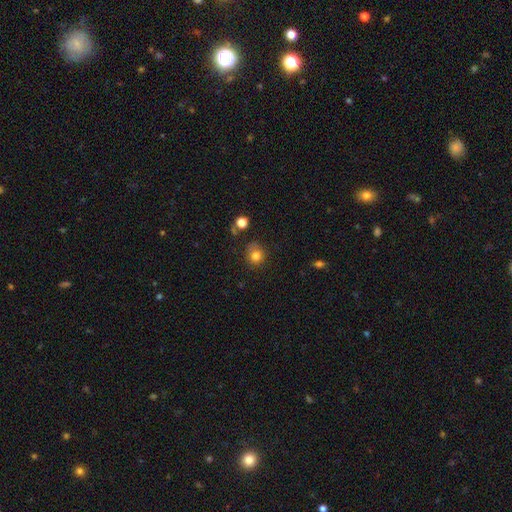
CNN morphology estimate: Q: Smooth or featured?
A: smooth (81%); runner-up: star or artifact (12%)
Q: How rounded?
A: round (79%); runner-up: in between (20%)
Q: Merging?
A: none (65%); runner-up: minor disturbance (22%)